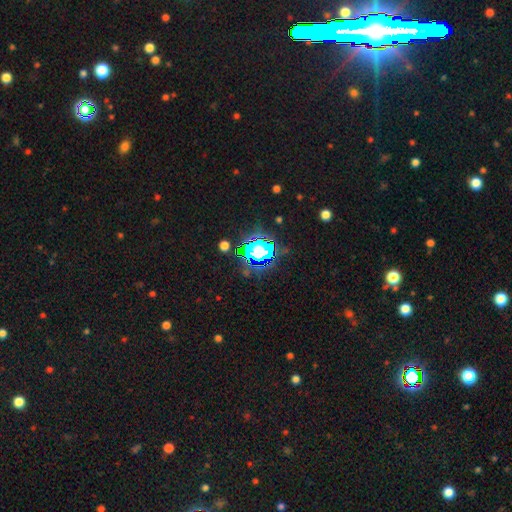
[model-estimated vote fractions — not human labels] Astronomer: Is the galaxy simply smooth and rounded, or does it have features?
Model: star or artifact — 58%.